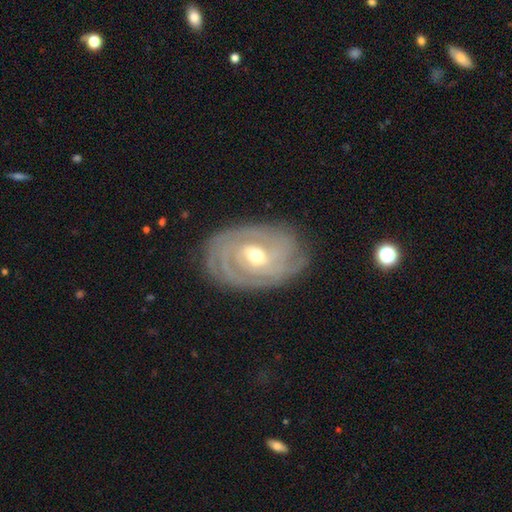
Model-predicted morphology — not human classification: Smooth or featured? featured or disk (88%)
Edge-on disk? no (96%)
Bar? no (43%)
Spiral arms? yes (96%)
Spiral winding? tight (82%)
Spiral arm count? can't tell (28%)
Bulge size? moderate (60%)
Merging? none (82%)